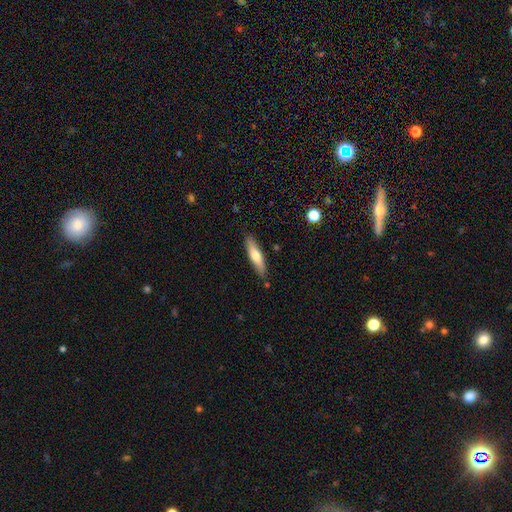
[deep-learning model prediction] Overall: smooth (62%; featured or disk 32%). How rounded: cigar-shaped (76%). Merging: none (85%).